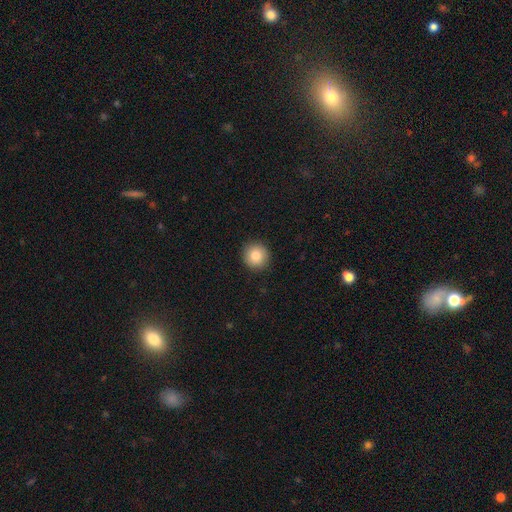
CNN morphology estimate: A smooth galaxy with no disk features (83%) that is round (93%). Merging: none (92%).